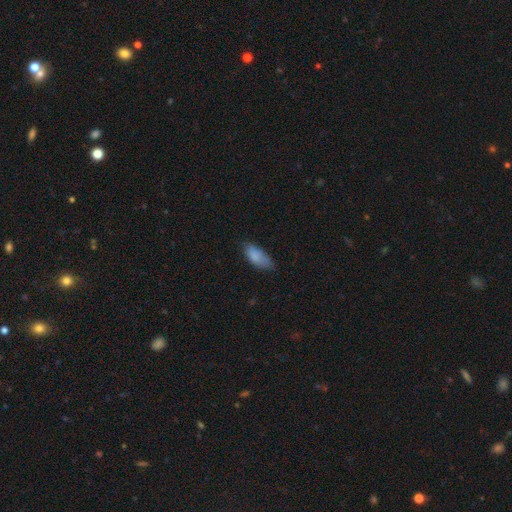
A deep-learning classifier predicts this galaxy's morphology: This is clearly a smooth galaxy (84%). How rounded: clearly in between (87%). Merging: likely none (64%).